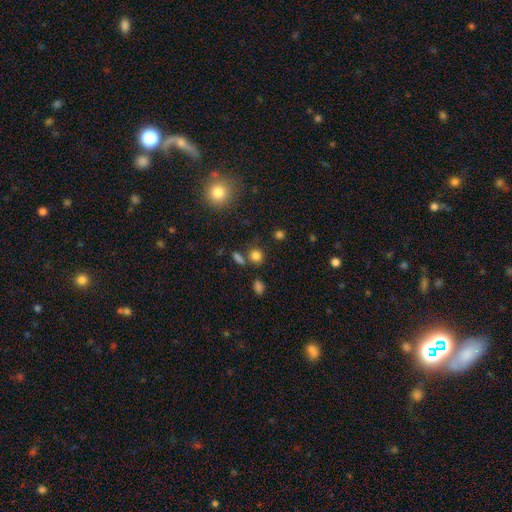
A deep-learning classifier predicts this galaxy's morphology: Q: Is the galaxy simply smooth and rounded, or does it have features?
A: smooth — 81%.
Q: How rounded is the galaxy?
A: round — 79%.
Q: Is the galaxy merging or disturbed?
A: none — 72%.